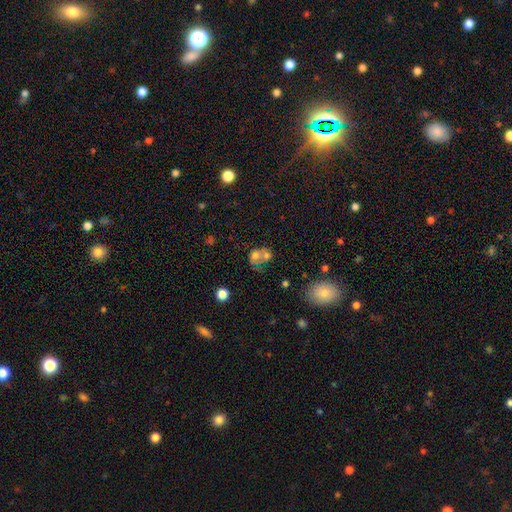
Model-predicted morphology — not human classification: smooth 59%, featured or disk 28%, star or artifact 13%. Down the decision tree: how rounded — round (53%); merging — merger (58%).